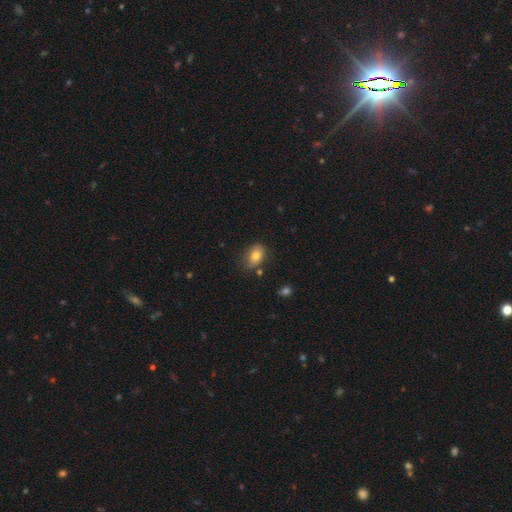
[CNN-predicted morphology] Smooth or featured? smooth (76%)
How rounded? in between (78%)
Merging? none (66%)